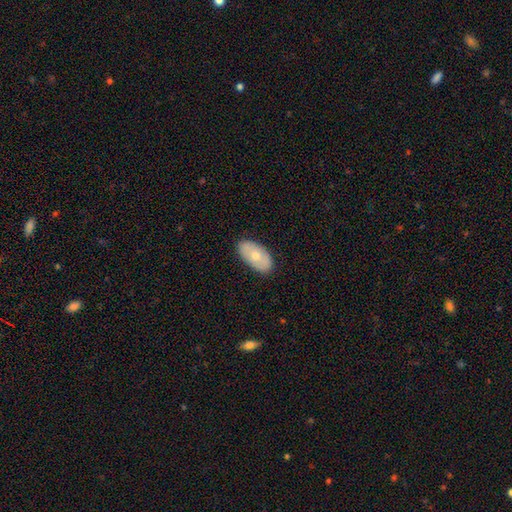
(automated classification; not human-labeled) smooth-or-featured: smooth: 61% | featured or disk: 33% | star or artifact: 6%
  how-rounded: in between: 94% | round: 4% | cigar-shaped: 2%
  merging: none: 86% | minor disturbance: 11% | major disturbance: 2% | merger: 1%